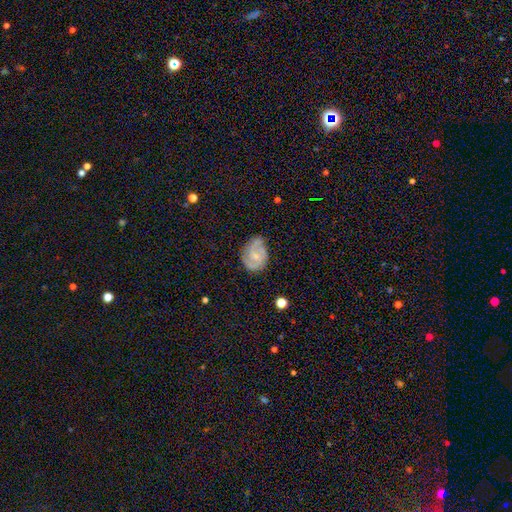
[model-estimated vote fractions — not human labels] Smooth or featured?
  - featured or disk: 67% *
  - smooth: 26%
  - star or artifact: 7%
Edge-on disk?
  - no: 97% *
  - yes: 3%
Bar?
  - no: 56% *
  - weak: 38%
  - strong: 7%
Spiral arms?
  - yes: 88% *
  - no: 12%
Spiral winding?
  - medium: 44% *
  - tight: 41%
  - loose: 15%
Spiral arm count?
  - 2: 63% *
  - can't tell: 18%
  - 3: 10%
  - 1: 5%
  - 4: 2%
  - more than 4: 2%
Bulge size?
  - small: 62% *
  - moderate: 30%
  - none: 6%
  - large: 1%
  - dominant: 1%
Merging?
  - none: 53% *
  - minor disturbance: 33%
  - major disturbance: 11%
  - merger: 3%